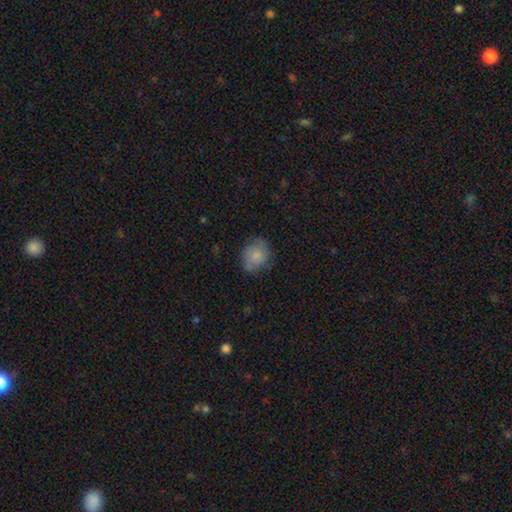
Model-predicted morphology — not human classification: type=smooth (79%); roundness=round (51%); merging=none (71%).